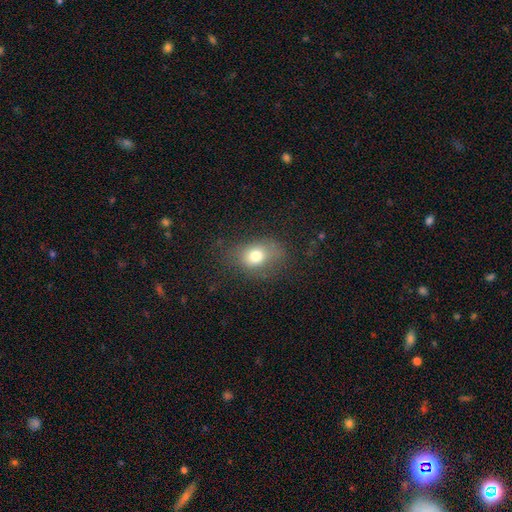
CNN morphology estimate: smooth-or-featured: smooth: 75% | featured or disk: 13% | star or artifact: 12%
  how-rounded: in between: 62% | round: 37% | cigar-shaped: 1%
  merging: none: 62% | minor disturbance: 23% | major disturbance: 13% | merger: 2%